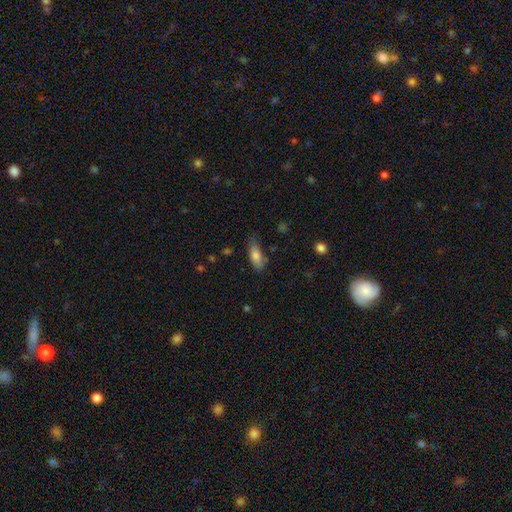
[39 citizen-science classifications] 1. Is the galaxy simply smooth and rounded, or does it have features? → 72% smooth, 21% featured or disk, 8% star or artifact.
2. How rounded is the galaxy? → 75% in between, 25% cigar-shaped, 0% round.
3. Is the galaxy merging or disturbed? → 64% none, 25% minor disturbance, 11% major disturbance, 0% merger.